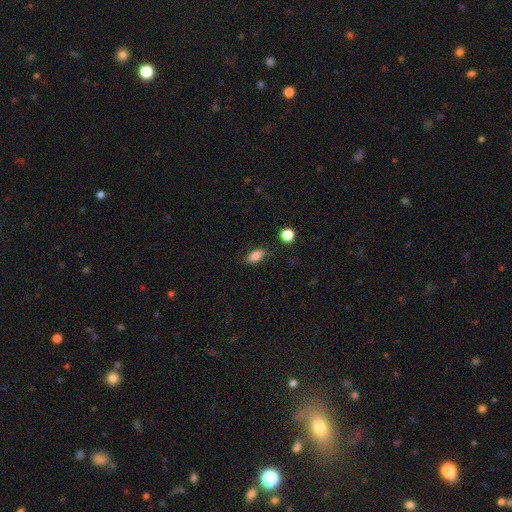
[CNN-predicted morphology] A smooth galaxy with no disk features (83%) that is in between round and cigar-shaped (87%).

Vote fractions:
- Smooth or featured? smooth: 83% / star or artifact: 9% / featured or disk: 8%
- How rounded? in between: 87% / round: 7% / cigar-shaped: 6%
- Merging? none: 83% / minor disturbance: 12% / major disturbance: 3% / merger: 2%